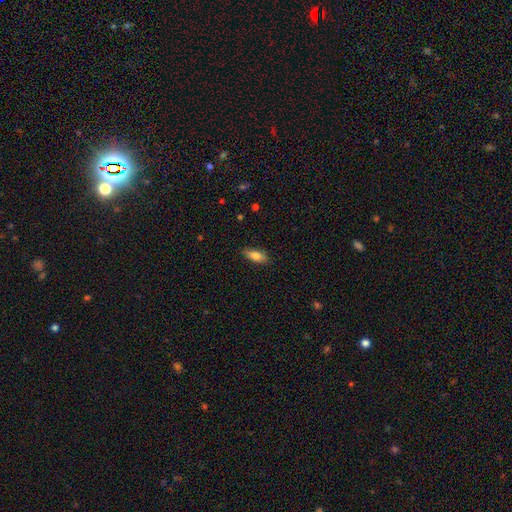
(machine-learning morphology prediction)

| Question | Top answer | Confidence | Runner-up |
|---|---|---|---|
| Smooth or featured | smooth | 81% | featured or disk (12%) |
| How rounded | in between | 78% | cigar-shaped (19%) |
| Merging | none | 86% | minor disturbance (11%) |